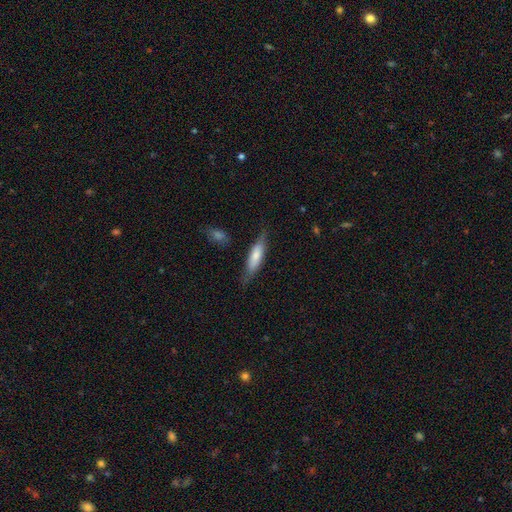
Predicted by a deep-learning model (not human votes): Smooth or featured? Predicted: smooth (p=0.68). How rounded? Predicted: cigar-shaped (p=0.63). Merging? Predicted: none (p=0.72).